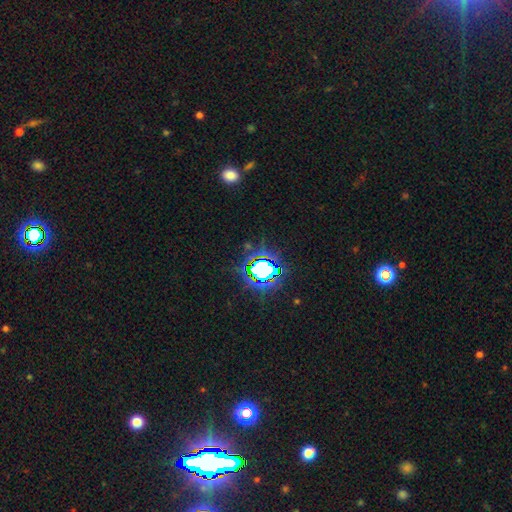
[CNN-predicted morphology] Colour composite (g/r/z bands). It shows a star or artifact, not a galaxy (80%).